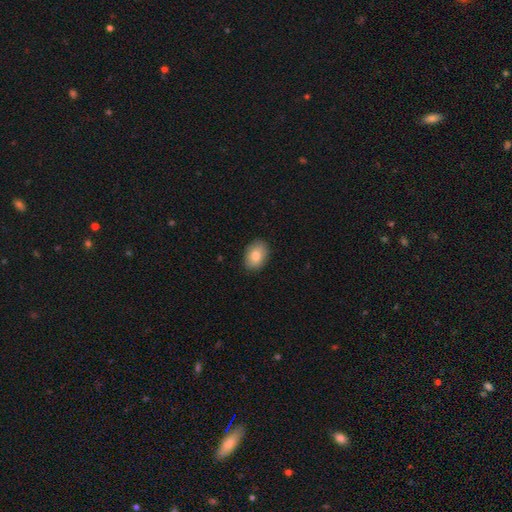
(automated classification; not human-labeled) smooth_or_featured: smooth (p=0.82) [alt: featured or disk p=0.11]
how_rounded: in between (p=0.79) [alt: round p=0.20]
merging: none (p=0.88) [alt: minor disturbance p=0.09]